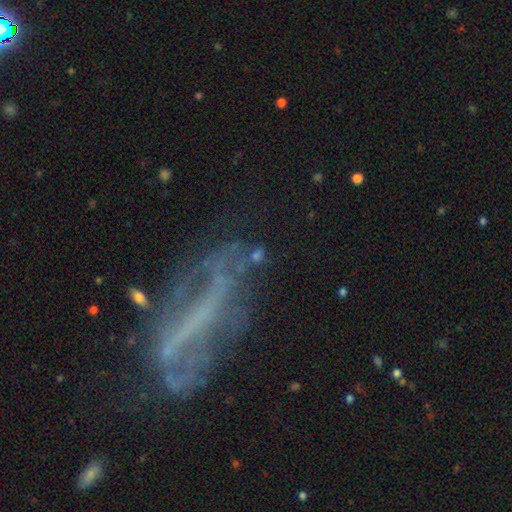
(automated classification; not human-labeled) featured or disk 43%, star or artifact 31%, smooth 26%. Down the decision tree: merging — none (59%).